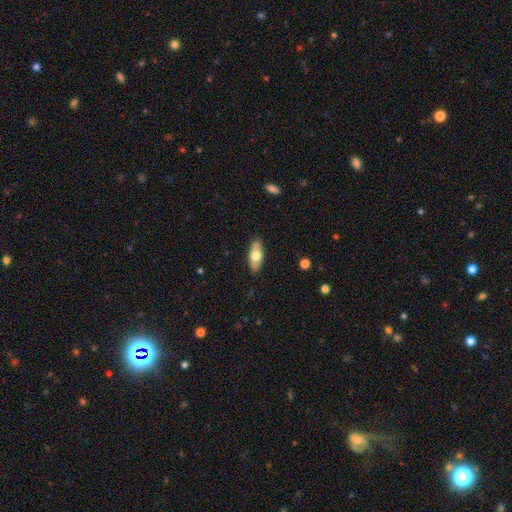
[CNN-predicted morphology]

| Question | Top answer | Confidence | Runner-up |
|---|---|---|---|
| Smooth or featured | smooth | 67% | featured or disk (28%) |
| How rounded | in between | 82% | cigar-shaped (16%) |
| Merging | none | 88% | minor disturbance (9%) |